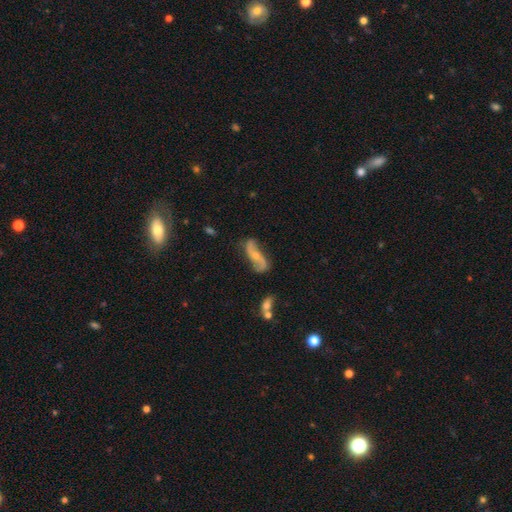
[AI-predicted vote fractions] The model was most divided on "bar": no: 52%, weak: 31%, strong: 16%. More confident: spiral arms — yes (92%); spiral arm count — 2 (92%); edge-on disk — no (91%); spiral winding — loose (82%); smooth or featured — featured or disk (76%); merging — none (69%); bulge size — small (57%).